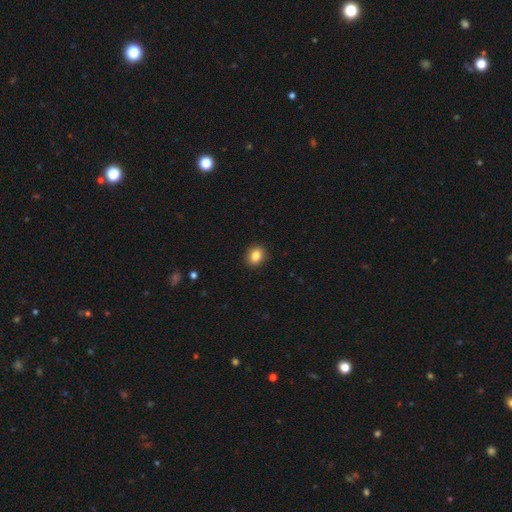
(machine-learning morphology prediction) Smooth or featured? Predicted: smooth (p=0.86). How rounded? Predicted: round (p=0.50). Merging? Predicted: none (p=0.90).